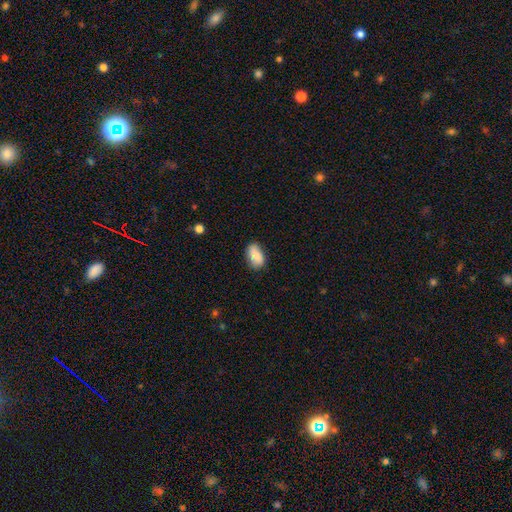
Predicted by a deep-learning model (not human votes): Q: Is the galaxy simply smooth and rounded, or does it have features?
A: smooth — 86%.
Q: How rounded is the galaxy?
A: in between — 91%.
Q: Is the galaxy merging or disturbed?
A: none — 69%.